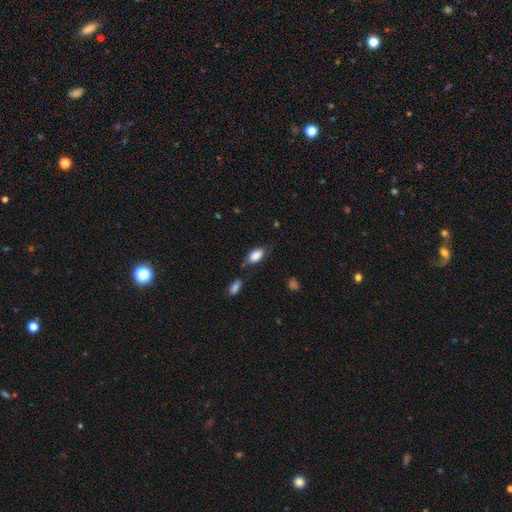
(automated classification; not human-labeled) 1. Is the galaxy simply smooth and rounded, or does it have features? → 82% smooth, 10% featured or disk, 8% star or artifact.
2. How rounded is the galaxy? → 91% in between, 5% cigar-shaped, 4% round.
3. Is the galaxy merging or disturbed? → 60% none, 26% minor disturbance, 9% major disturbance, 6% merger.